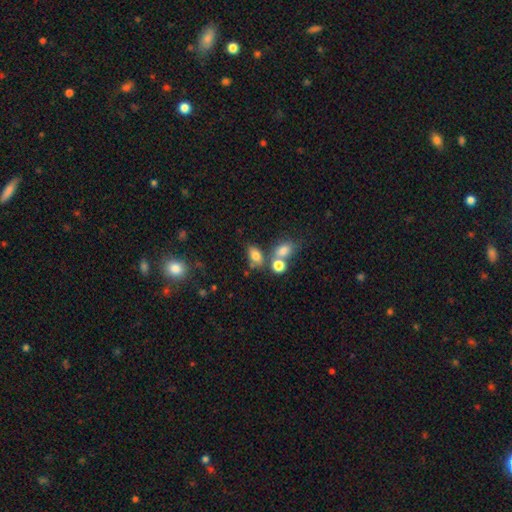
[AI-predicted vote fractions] The model was most divided on "merging": none: 51%, merger: 30%, minor disturbance: 13%, major disturbance: 6%. More confident: how rounded — in between (81%); smooth or featured — smooth (76%).